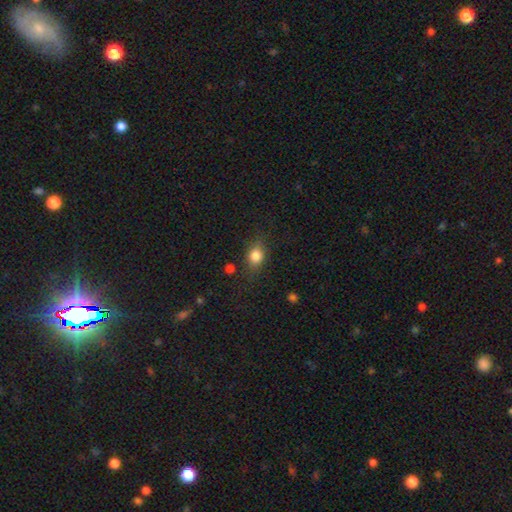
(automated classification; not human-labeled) Smooth or featured? smooth (80%)
How rounded? in between (55%)
Merging? none (74%)